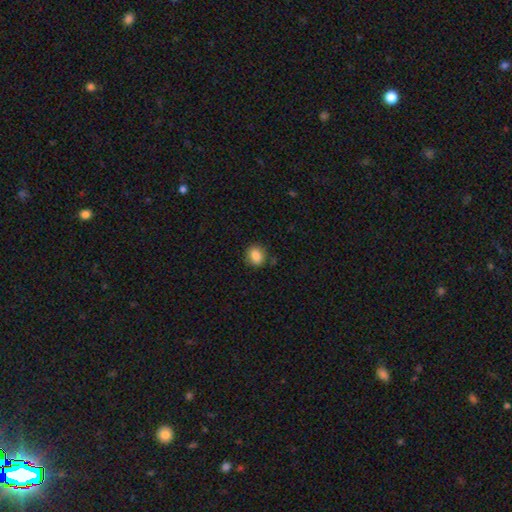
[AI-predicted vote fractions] The model was most divided on "how rounded": round: 57%, in between: 42%, cigar-shaped: 1%. More confident: smooth or featured — smooth (86%); merging — none (82%).